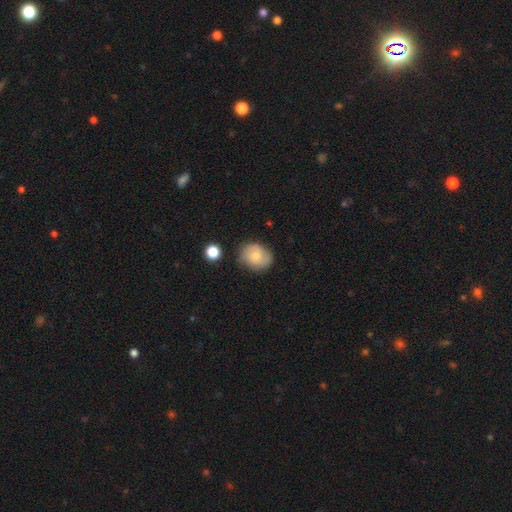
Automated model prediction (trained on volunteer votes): This is possibly a smooth galaxy (57%). How rounded: possibly round (58%). Merging: likely none (72%).